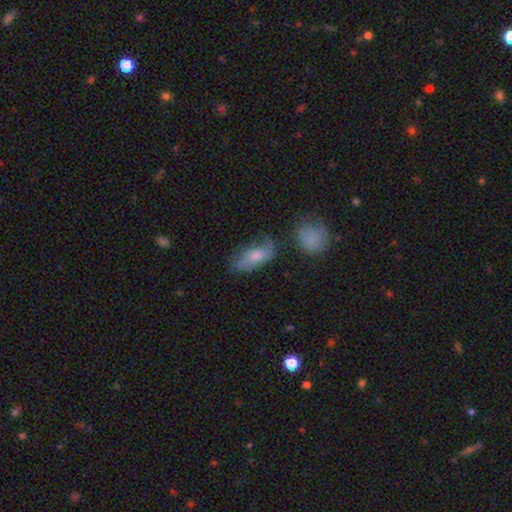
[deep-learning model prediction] Smooth or featured?
  - smooth: 68% *
  - featured or disk: 23%
  - star or artifact: 9%
How rounded?
  - in between: 83% *
  - cigar-shaped: 12%
  - round: 5%
Merging?
  - none: 49% *
  - minor disturbance: 30%
  - major disturbance: 15%
  - merger: 7%